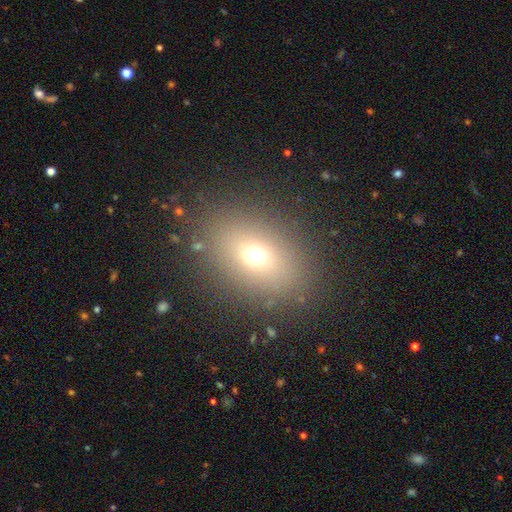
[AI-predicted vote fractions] The model was most divided on "how rounded": in between: 64%, round: 34%, cigar-shaped: 2%. More confident: merging — none (84%); smooth or featured — smooth (66%).